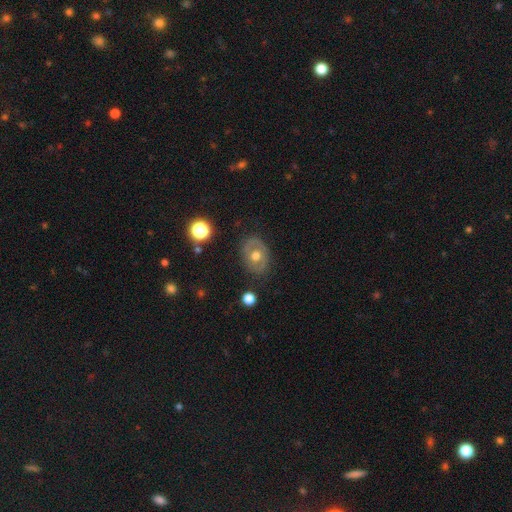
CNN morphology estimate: The model was most divided on "smooth or featured": featured or disk: 47%, smooth: 44%, star or artifact: 9%. More confident: merging — none (79%).